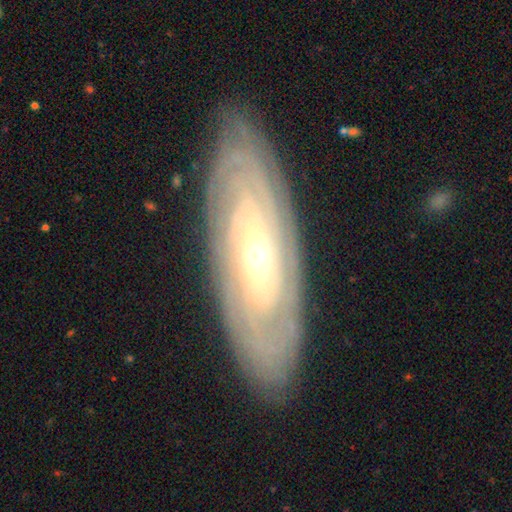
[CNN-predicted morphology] Smooth or featured? Predicted: featured or disk (p=0.83). Edge-on disk? Predicted: no (p=0.84). Bar? Predicted: no (p=0.62). Spiral arms? Predicted: yes (p=0.89). Spiral winding? Predicted: tight (p=0.84). Spiral arm count? Predicted: can't tell (p=0.55). Bulge size? Predicted: small (p=0.48). Merging? Predicted: none (p=0.85).